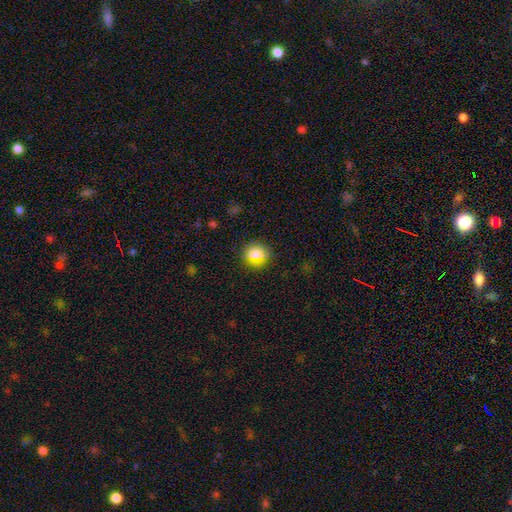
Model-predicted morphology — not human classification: A smooth galaxy with no disk features (78%) that is round (75%). Merging: none (86%).